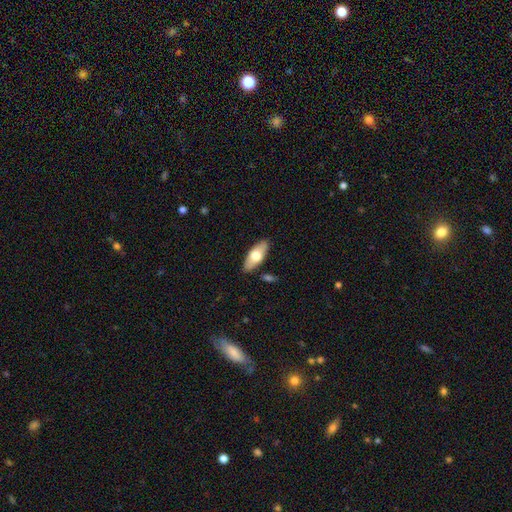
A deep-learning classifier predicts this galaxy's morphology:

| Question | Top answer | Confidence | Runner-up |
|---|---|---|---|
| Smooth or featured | smooth | 65% | featured or disk (30%) |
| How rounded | in between | 80% | cigar-shaped (17%) |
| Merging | none | 85% | minor disturbance (10%) |